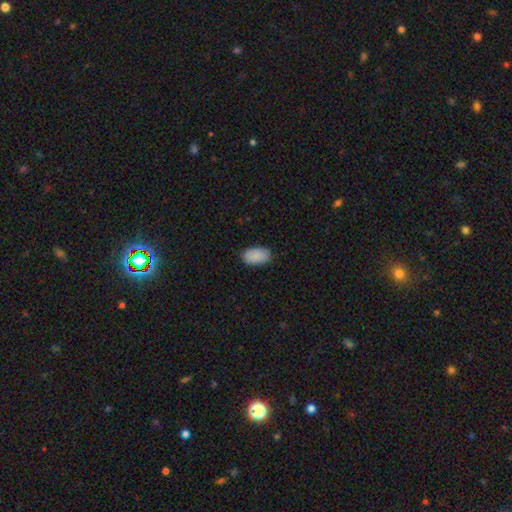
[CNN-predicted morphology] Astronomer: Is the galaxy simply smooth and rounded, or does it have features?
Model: smooth — 87%.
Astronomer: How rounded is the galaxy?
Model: in between — 94%.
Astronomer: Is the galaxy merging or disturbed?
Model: none — 85%.